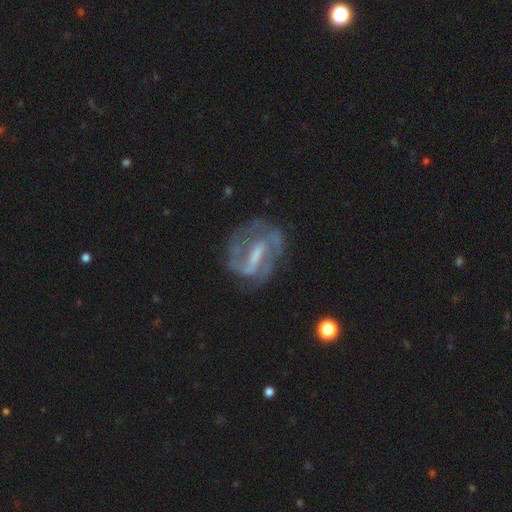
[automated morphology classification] Smooth or featured? Predicted: featured or disk (p=0.83). Edge-on disk? Predicted: no (p=0.95). Bar? Predicted: strong (p=0.61). Spiral arms? Predicted: yes (p=0.87). Spiral winding? Predicted: medium (p=0.46). Spiral arm count? Predicted: 2 (p=0.66). Bulge size? Predicted: small (p=0.34). Merging? Predicted: none (p=0.63).